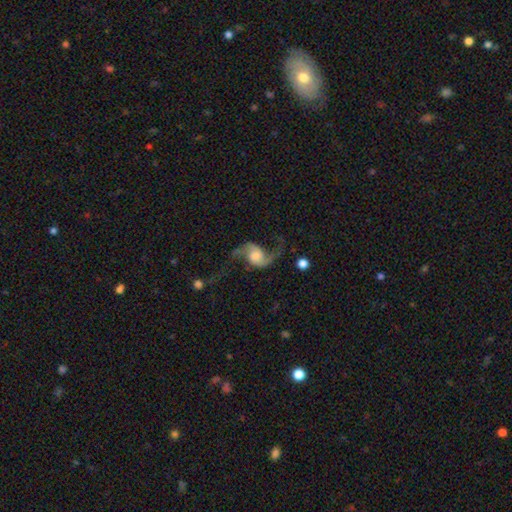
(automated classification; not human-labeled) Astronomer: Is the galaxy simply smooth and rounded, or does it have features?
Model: featured or disk — 88%.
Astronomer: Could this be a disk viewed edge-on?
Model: no — 97%.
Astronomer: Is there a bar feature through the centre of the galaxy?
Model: no — 63%.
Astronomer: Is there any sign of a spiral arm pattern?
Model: yes — 97%.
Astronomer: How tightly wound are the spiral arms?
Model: loose — 84%.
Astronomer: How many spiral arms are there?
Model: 2 — 94%.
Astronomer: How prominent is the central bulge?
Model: moderate — 32% (runner-up: large, 29%).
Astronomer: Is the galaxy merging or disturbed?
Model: none — 64%.